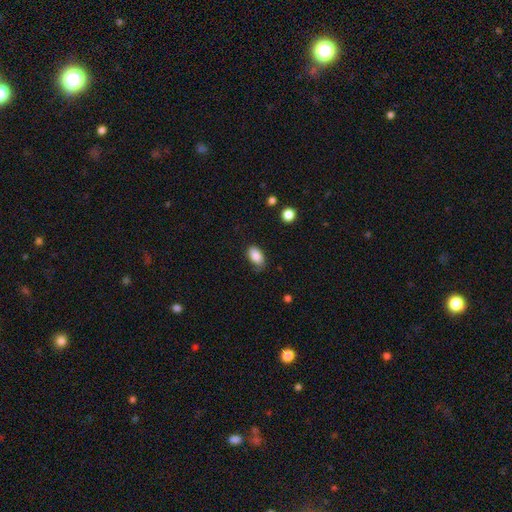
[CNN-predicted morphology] This appears to be a smooth galaxy with no disk features (86%) that is in between round and cigar-shaped (92%). Merging: none (70%).